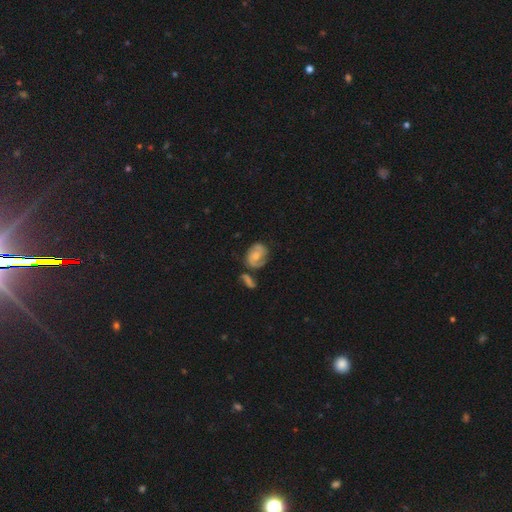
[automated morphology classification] Smooth or featured? Predicted: featured or disk (p=0.68). Edge-on disk? Predicted: no (p=0.97). Bar? Predicted: no (p=0.64). Spiral arms? Predicted: yes (p=0.90). Spiral winding? Predicted: medium (p=0.43). Spiral arm count? Predicted: 2 (p=0.74). Bulge size? Predicted: moderate (p=0.46). Merging? Predicted: none (p=0.54).